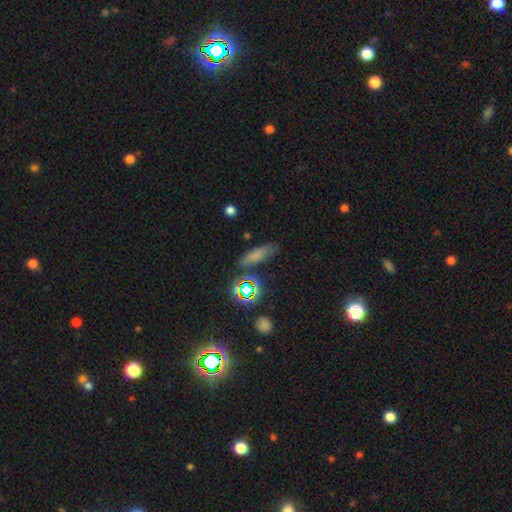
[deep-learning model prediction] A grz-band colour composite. It shows a smooth galaxy with no disk features (66%) that is cigar-shaped (52%). Merging: none (74%).